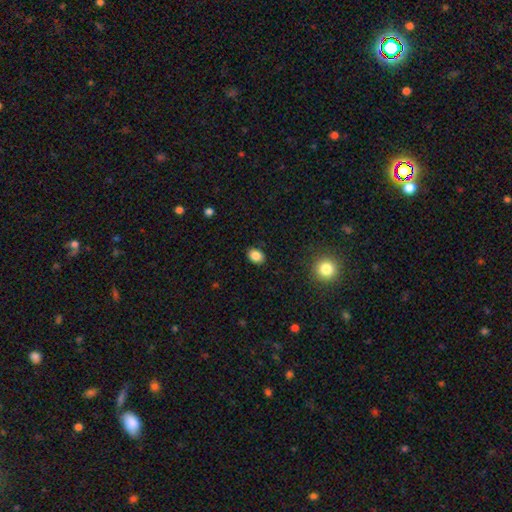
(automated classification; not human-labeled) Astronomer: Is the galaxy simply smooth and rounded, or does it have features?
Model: smooth — 86%.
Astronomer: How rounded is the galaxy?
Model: in between — 66%.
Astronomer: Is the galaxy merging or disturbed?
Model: none — 88%.